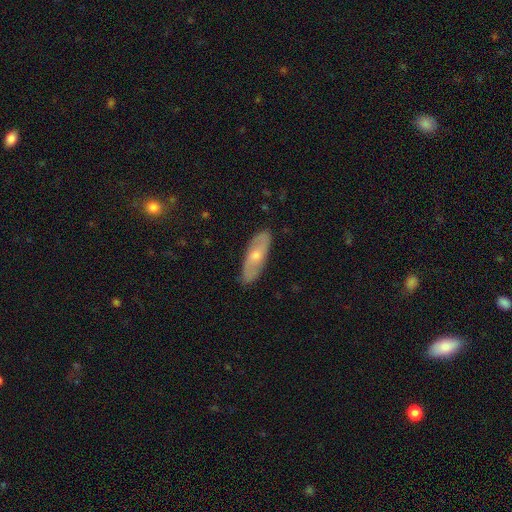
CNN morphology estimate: The model was most divided on "smooth or featured" (2-way tie): smooth: 47%, featured or disk: 47%, star or artifact: 6%. More confident: merging — none (87%).